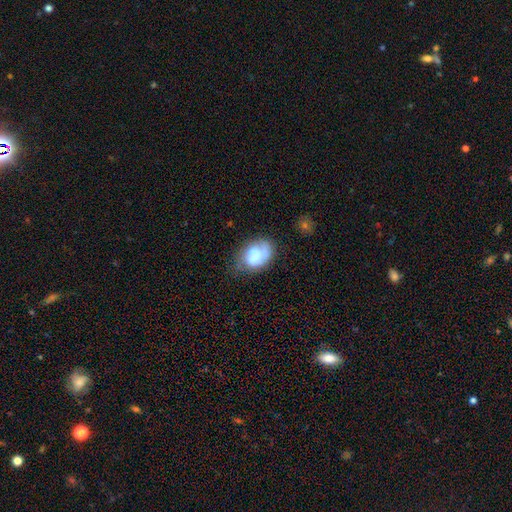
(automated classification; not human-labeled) The model was most divided on "merging": none: 41%, minor disturbance: 30%, major disturbance: 17%, merger: 13%. More confident: how rounded — in between (75%); smooth or featured — smooth (53%).